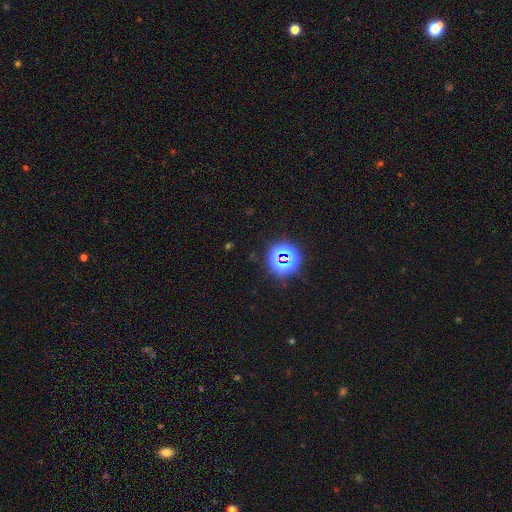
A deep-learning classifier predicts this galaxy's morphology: This is likely a star or artifact rather than a galaxy (74%).